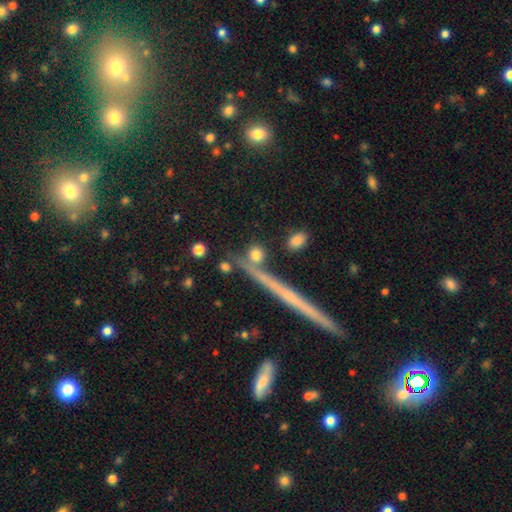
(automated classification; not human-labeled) Smooth or featured? Predicted: smooth (p=0.71). How rounded? Predicted: round (p=0.76). Merging? Predicted: none (p=0.77).